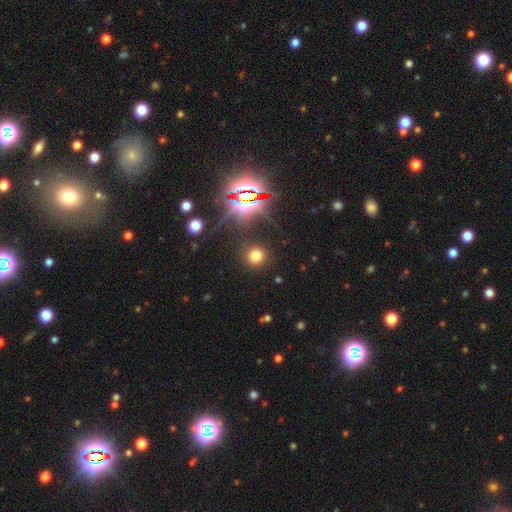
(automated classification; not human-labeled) Smooth or featured? Predicted: smooth (p=0.67). How rounded? Predicted: round (p=0.91). Merging? Predicted: none (p=0.87).